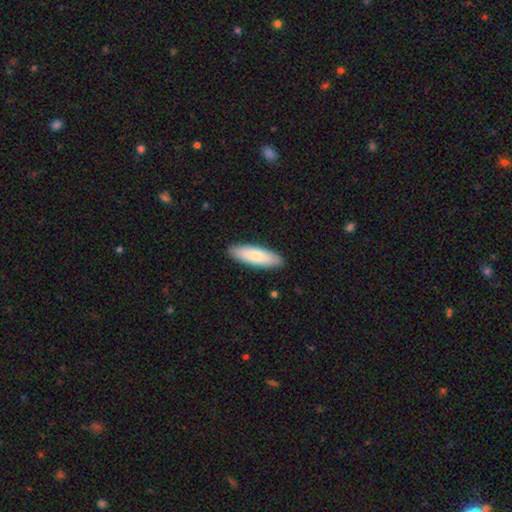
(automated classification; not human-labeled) smooth_or_featured: smooth (p=0.81) [alt: featured or disk p=0.14]
how_rounded: in between (p=0.50) [alt: cigar-shaped p=0.48]
merging: none (p=0.90) [alt: minor disturbance p=0.07]